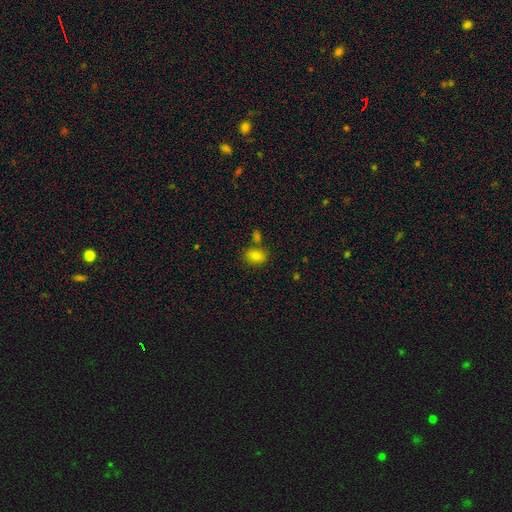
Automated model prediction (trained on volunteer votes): A smooth galaxy with no disk features (83%) that is in between round and cigar-shaped (79%).

Vote fractions:
- Smooth or featured? smooth: 83% / star or artifact: 10% / featured or disk: 6%
- How rounded? in between: 79% / round: 19% / cigar-shaped: 1%
- Merging? none: 66% / merger: 17% / minor disturbance: 13% / major disturbance: 4%